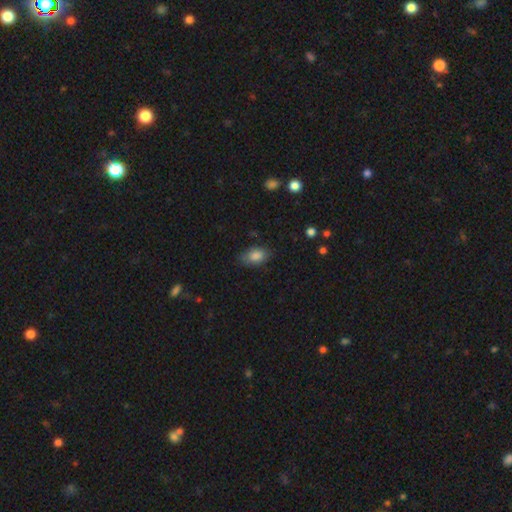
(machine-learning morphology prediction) Smooth or featured: smooth — 85% (star or artifact — 8%)
How rounded: in between — 88% (round — 10%)
Merging: none — 73% (minor disturbance — 21%)